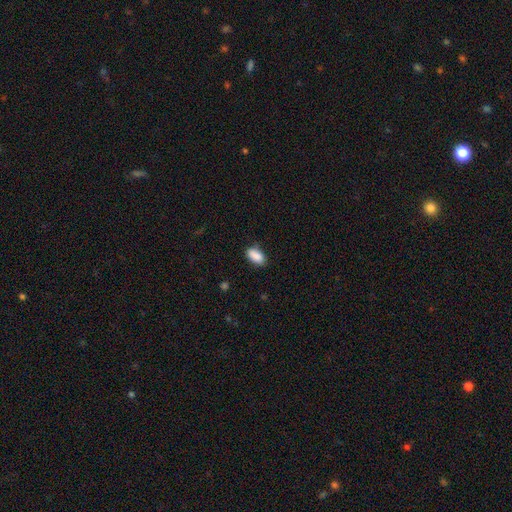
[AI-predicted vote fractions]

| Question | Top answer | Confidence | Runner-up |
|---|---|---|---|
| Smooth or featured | smooth | 89% | star or artifact (7%) |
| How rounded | in between | 91% | cigar-shaped (5%) |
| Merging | none | 78% | minor disturbance (17%) |